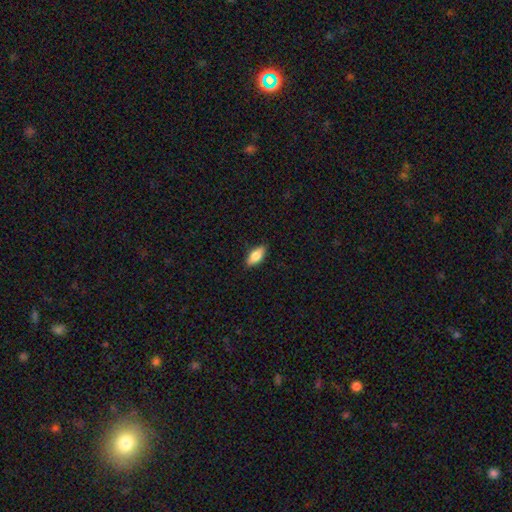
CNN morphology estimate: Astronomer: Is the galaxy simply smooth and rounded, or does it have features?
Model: smooth — 80%.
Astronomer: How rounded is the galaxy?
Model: in between — 85%.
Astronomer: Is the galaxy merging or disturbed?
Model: none — 87%.